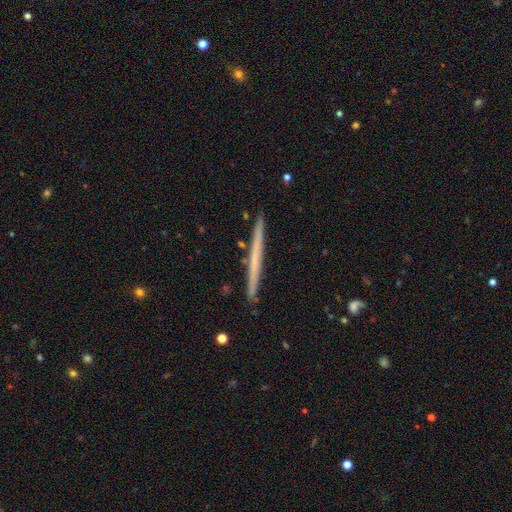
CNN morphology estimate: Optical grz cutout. It shows a featured or disk galaxy (51%) viewed edge-on (98%). Merging: none (92%).